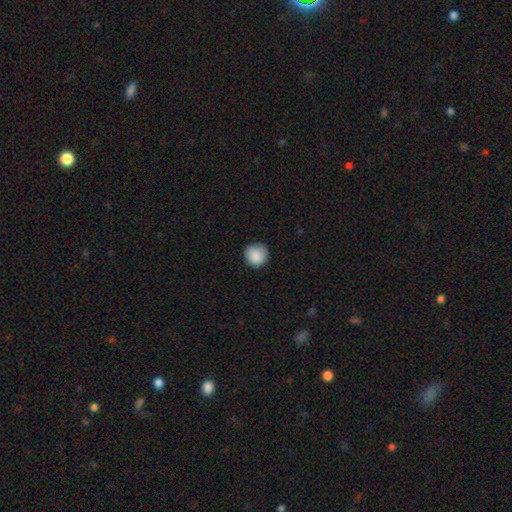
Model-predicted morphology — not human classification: A smooth galaxy with no disk features (88%) that is round (91%).

Vote fractions:
- Smooth or featured? smooth: 88% / star or artifact: 8% / featured or disk: 3%
- How rounded? round: 91% / in between: 8% / cigar-shaped: 1%
- Merging? none: 81% / minor disturbance: 15% / major disturbance: 3% / merger: 1%